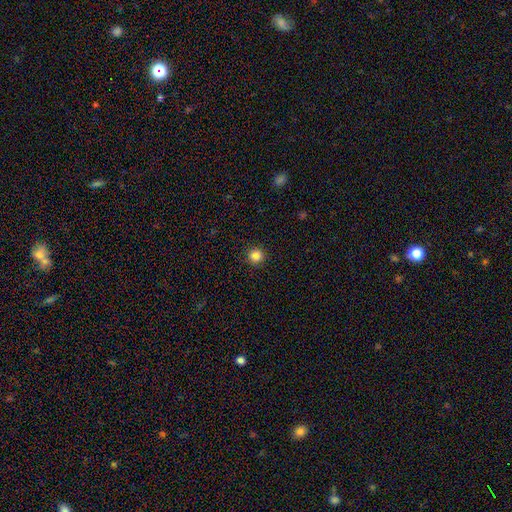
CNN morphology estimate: smooth-or-featured: smooth: 84% | star or artifact: 11% | featured or disk: 5%
  how-rounded: round: 95% | in between: 4% | cigar-shaped: 1%
  merging: none: 92% | minor disturbance: 5% | major disturbance: 2% | merger: 1%